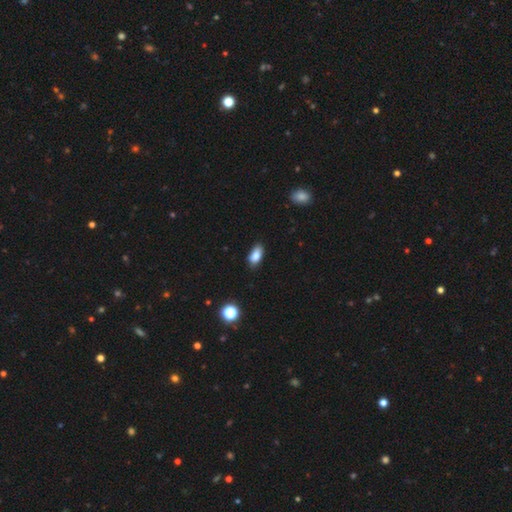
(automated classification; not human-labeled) Q: Smooth or featured?
A: smooth (84%); runner-up: star or artifact (9%)
Q: How rounded?
A: in between (89%); runner-up: cigar-shaped (6%)
Q: Merging?
A: none (76%); runner-up: minor disturbance (19%)